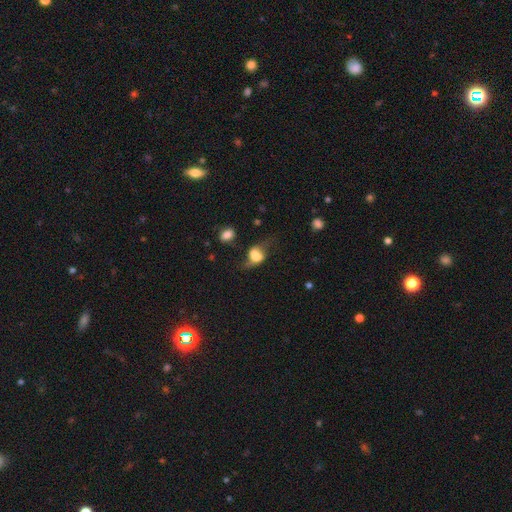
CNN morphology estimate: Overall: smooth (55%; featured or disk 34%). How rounded: in between (67%; round 30%). Merging: none (36%; major disturbance 27%).